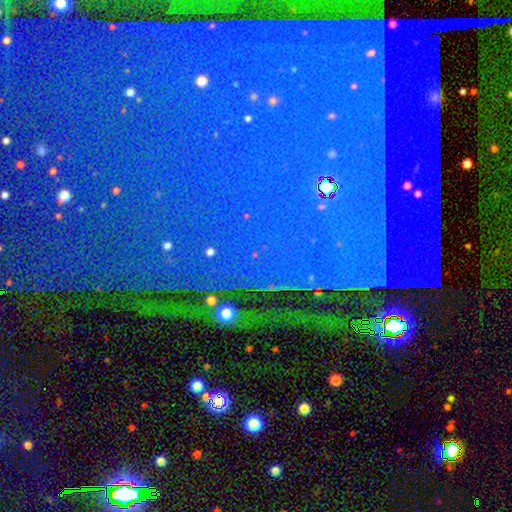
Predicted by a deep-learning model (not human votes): smooth-or-featured: star or artifact: 86% | featured or disk: 8% | smooth: 7%